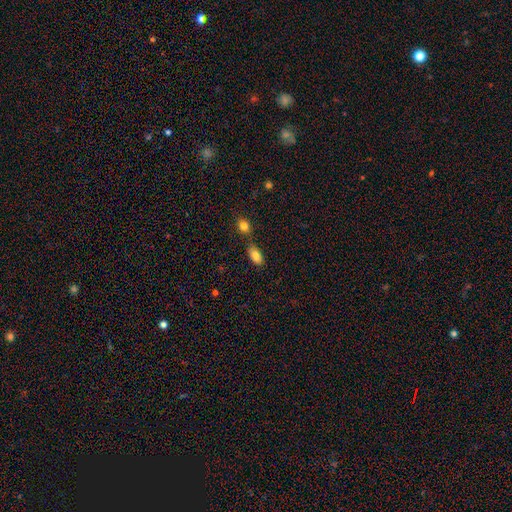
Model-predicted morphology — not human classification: This is clearly a smooth galaxy (83%). How rounded: clearly in between (91%). Merging: likely none (65%).